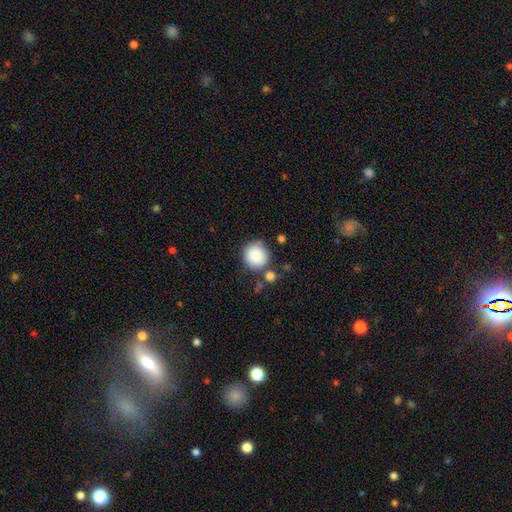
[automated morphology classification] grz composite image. It shows a smooth galaxy with no disk features (87%) that is round (90%). Merging: none (72%).